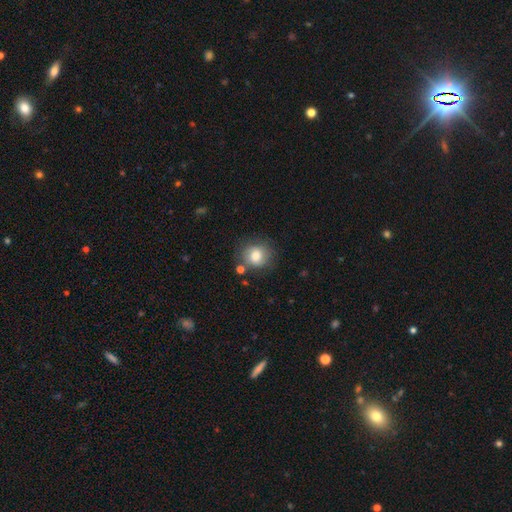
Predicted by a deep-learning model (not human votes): The model was most divided on "merging": none: 74%, minor disturbance: 15%, merger: 6%, major disturbance: 5%. More confident: how rounded — round (81%); smooth or featured — smooth (76%).